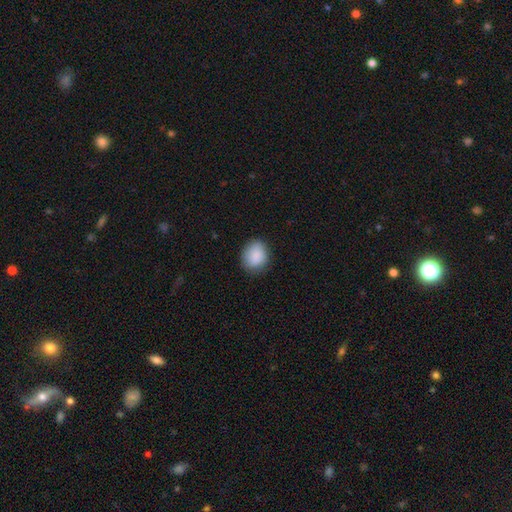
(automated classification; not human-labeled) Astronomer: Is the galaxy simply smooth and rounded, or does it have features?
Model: smooth — 89%.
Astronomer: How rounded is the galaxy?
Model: round — 60% (runner-up: in between, 39%).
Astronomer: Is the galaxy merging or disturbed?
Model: none — 82%.